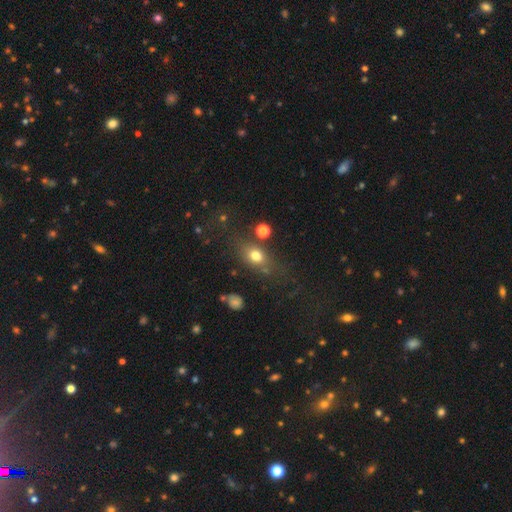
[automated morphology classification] The model was most divided on "how rounded": in between: 64%, round: 30%, cigar-shaped: 6%. More confident: smooth or featured — smooth (72%); merging — none (64%).